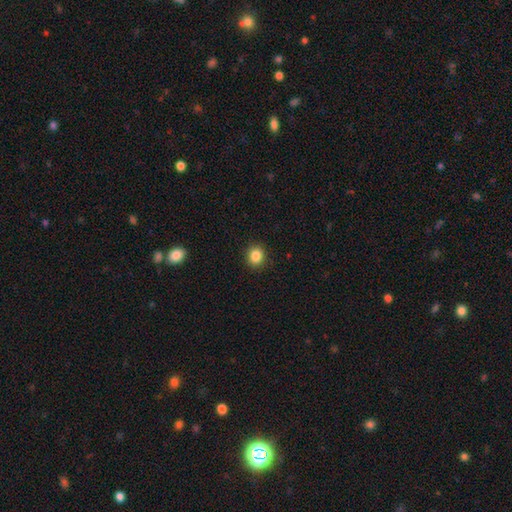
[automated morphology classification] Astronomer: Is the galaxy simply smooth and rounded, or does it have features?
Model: smooth — 85%.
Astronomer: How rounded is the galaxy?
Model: round — 77%.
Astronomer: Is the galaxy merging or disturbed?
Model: none — 91%.